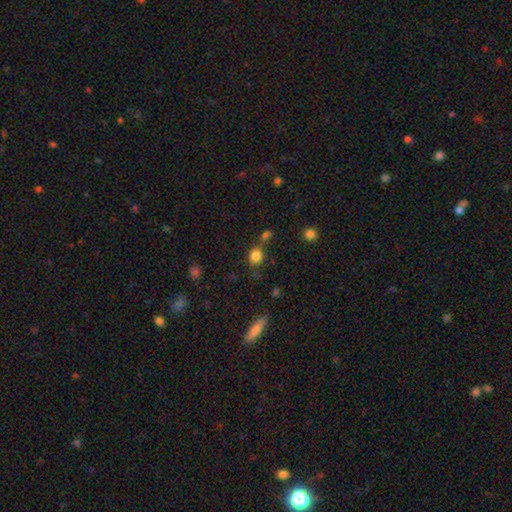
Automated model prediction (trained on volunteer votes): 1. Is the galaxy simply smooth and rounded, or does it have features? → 82% smooth, 12% star or artifact, 6% featured or disk.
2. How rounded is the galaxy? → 78% round, 21% in between, 1% cigar-shaped.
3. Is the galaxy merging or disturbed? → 65% none, 15% minor disturbance, 14% merger, 6% major disturbance.